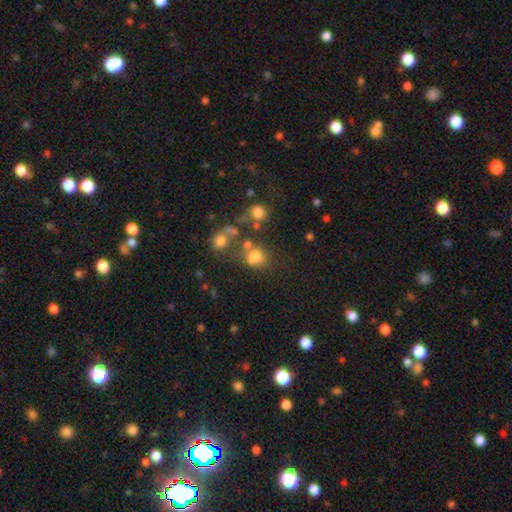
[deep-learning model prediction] This appears to be a smooth galaxy with no disk features (67%) that is round (63%). Merging: none (39%).